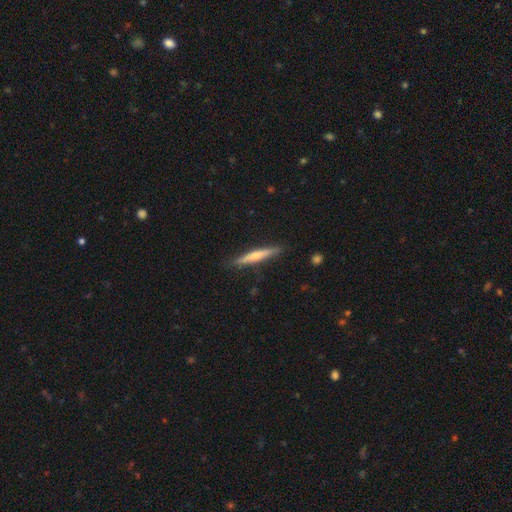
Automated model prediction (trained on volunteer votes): This is possibly a smooth galaxy (49%). Merging: clearly none (88%).